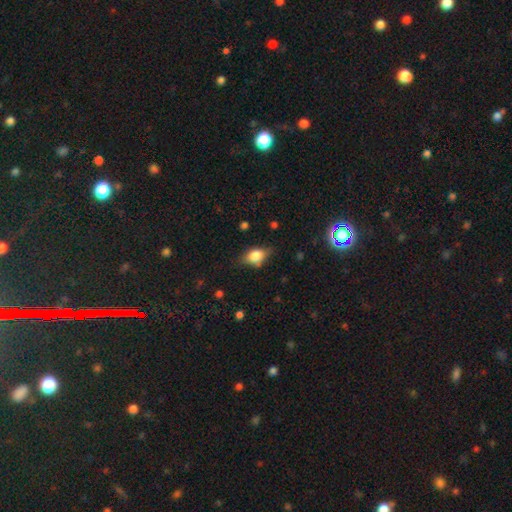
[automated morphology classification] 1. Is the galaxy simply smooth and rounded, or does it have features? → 76% smooth, 15% featured or disk, 9% star or artifact.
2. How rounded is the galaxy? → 79% in between, 17% round, 4% cigar-shaped.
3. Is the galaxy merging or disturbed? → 67% none, 25% minor disturbance, 6% major disturbance, 2% merger.